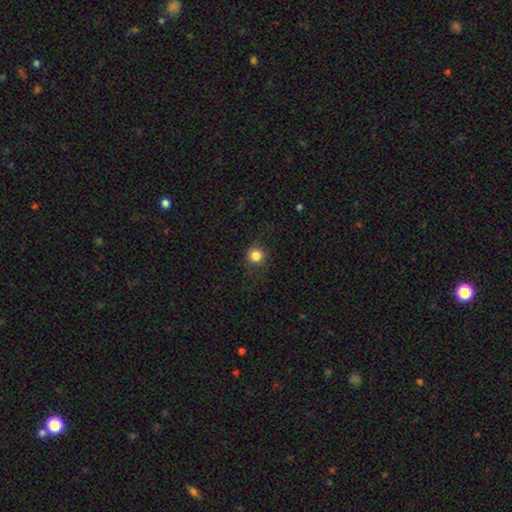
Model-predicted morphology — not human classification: This appears to be a smooth galaxy with no disk features (83%) that is round (93%). Merging: none (85%).